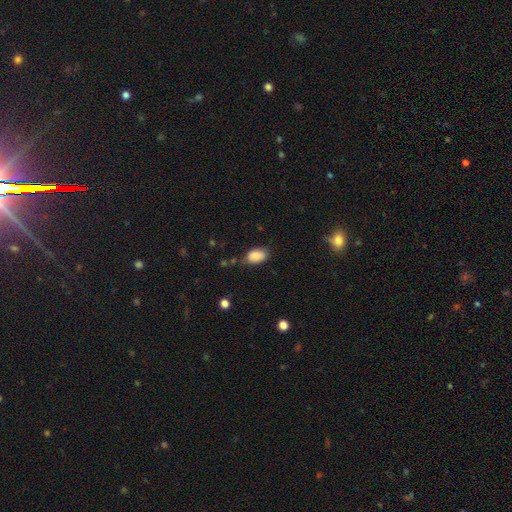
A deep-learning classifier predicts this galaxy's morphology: The model was most divided on "merging": none: 72%, minor disturbance: 21%, major disturbance: 5%, merger: 2%. More confident: how rounded — in between (90%); smooth or featured — smooth (88%).